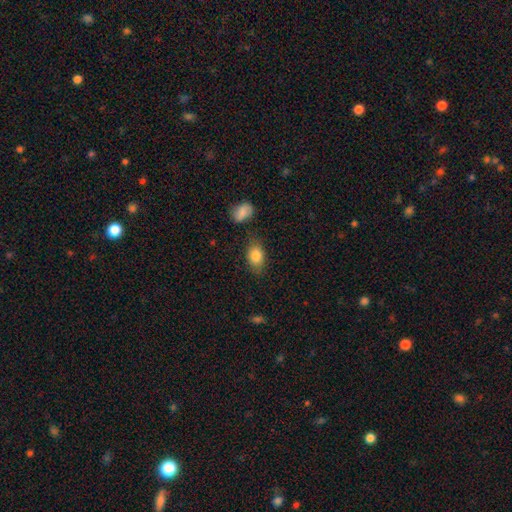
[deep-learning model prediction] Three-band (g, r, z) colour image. It shows a smooth galaxy with no disk features (84%) that is in between round and cigar-shaped (82%). Merging: none (76%).